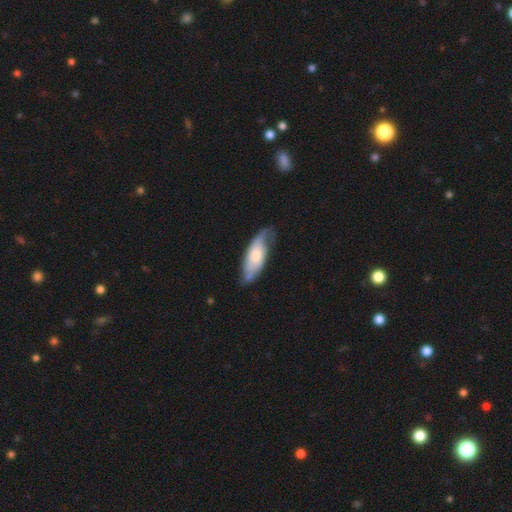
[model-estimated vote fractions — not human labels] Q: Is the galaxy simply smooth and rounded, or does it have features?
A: featured or disk — 48%.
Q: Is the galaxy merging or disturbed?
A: none — 55%.